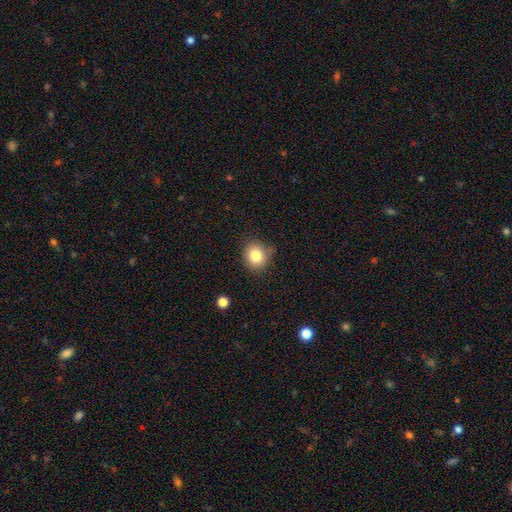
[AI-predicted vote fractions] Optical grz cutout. It shows a smooth galaxy with no disk features (81%) that is round (83%). Merging: none (78%).